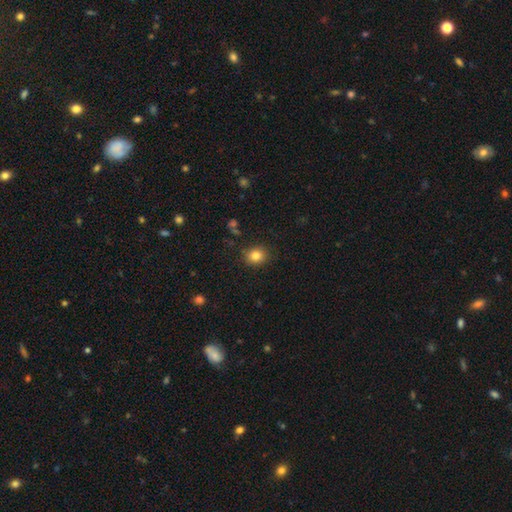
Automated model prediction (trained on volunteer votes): smooth-or-featured: smooth: 82% | star or artifact: 12% | featured or disk: 7%
  how-rounded: round: 72% | in between: 27% | cigar-shaped: 1%
  merging: none: 87% | minor disturbance: 9% | major disturbance: 2% | merger: 1%